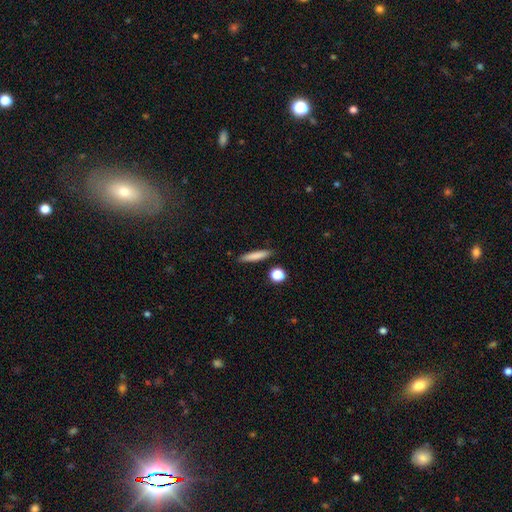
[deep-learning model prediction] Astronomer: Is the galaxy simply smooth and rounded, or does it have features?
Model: smooth — 79%.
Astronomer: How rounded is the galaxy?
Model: cigar-shaped — 88%.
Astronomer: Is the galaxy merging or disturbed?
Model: none — 88%.